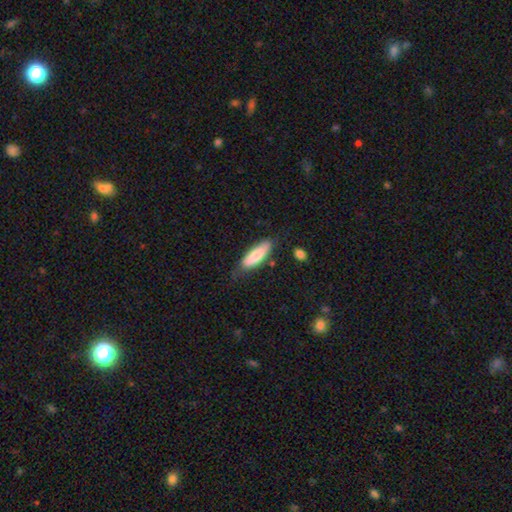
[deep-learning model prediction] smooth_or_featured: smooth (p=0.78) [alt: featured or disk p=0.16]
how_rounded: in between (p=0.51) [alt: cigar-shaped p=0.48]
merging: none (p=0.70) [alt: minor disturbance p=0.22]